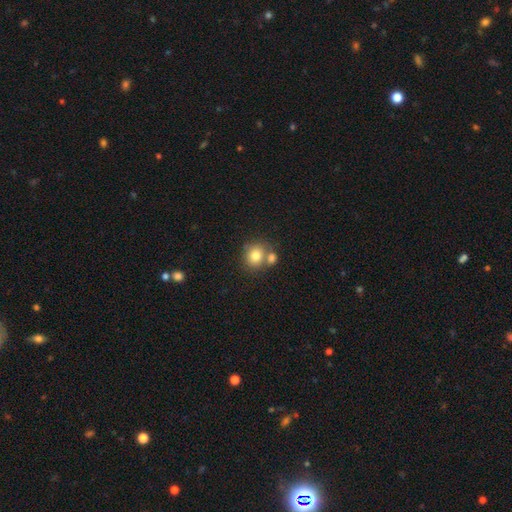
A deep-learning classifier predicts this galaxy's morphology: This appears to be a smooth galaxy with no disk features (79%) that is round (77%). Merging: none (51%).